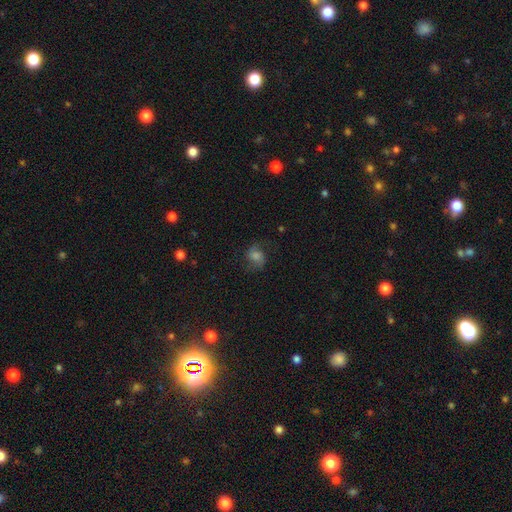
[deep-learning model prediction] A featured or disk galaxy (47%). Merging: none (67%).